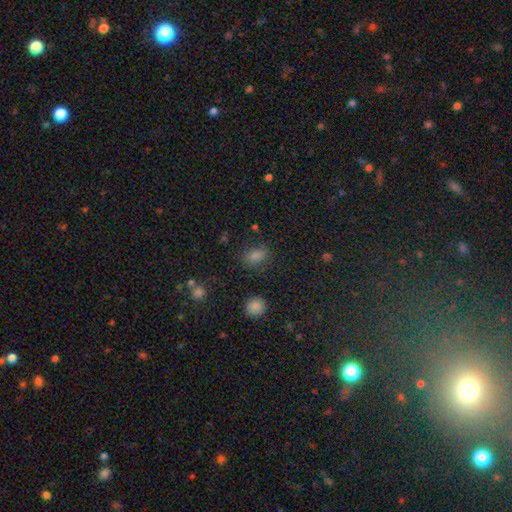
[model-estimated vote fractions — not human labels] smooth 72%, star or artifact 22%, featured or disk 6%. Down the decision tree: how rounded — in between (78%); merging — none (80%).